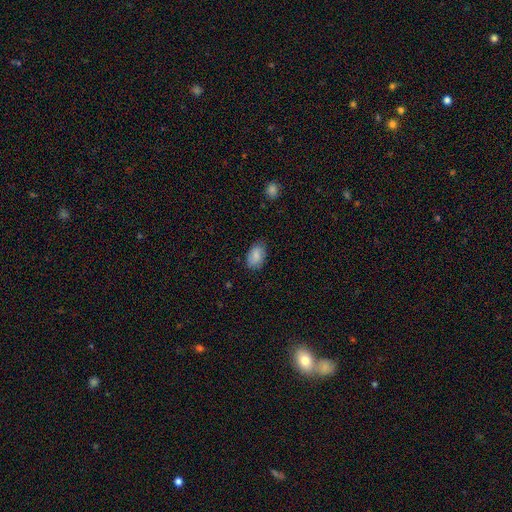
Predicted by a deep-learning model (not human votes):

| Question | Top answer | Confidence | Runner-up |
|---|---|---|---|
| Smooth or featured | smooth | 81% | featured or disk (12%) |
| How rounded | in between | 90% | round (8%) |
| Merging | none | 78% | minor disturbance (17%) |